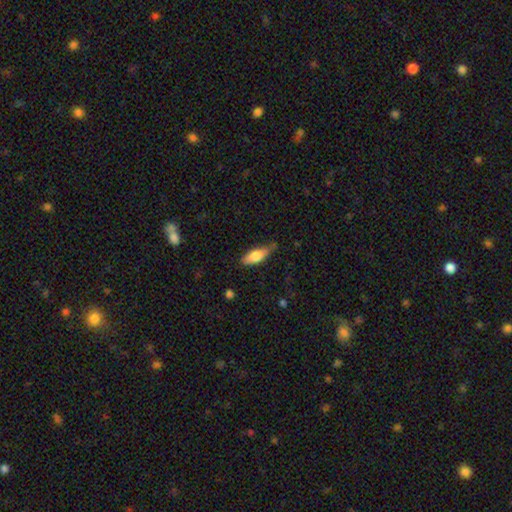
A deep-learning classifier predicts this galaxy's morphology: This appears to be a smooth galaxy with no disk features (76%) that is in between round and cigar-shaped (67%). Merging: none (67%).